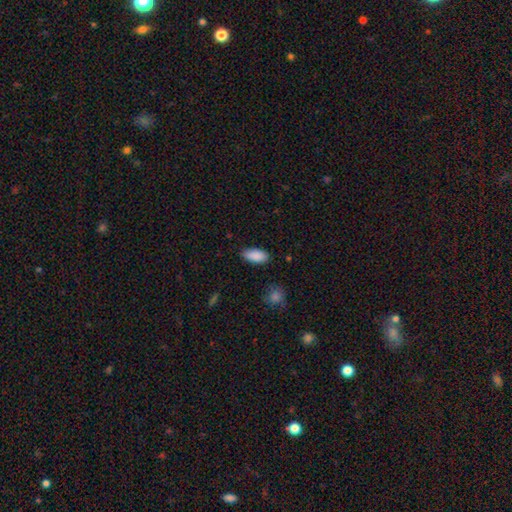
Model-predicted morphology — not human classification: This is clearly a smooth galaxy (89%). How rounded: clearly in between (90%). Merging: clearly none (85%).